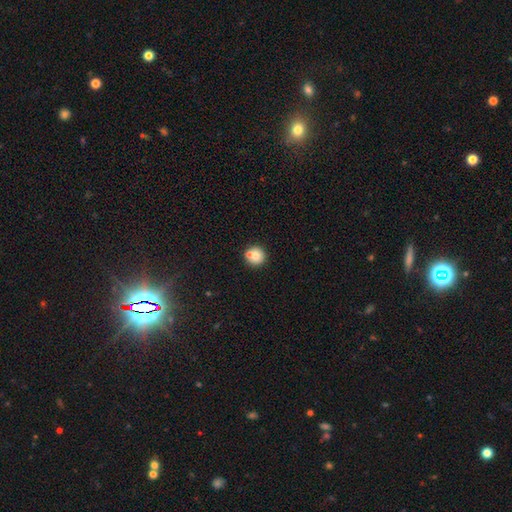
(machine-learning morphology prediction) smooth-or-featured: smooth: 81% | featured or disk: 10% | star or artifact: 9%
  how-rounded: round: 92% | in between: 7% | cigar-shaped: 1%
  merging: none: 65% | merger: 22% | minor disturbance: 10% | major disturbance: 3%